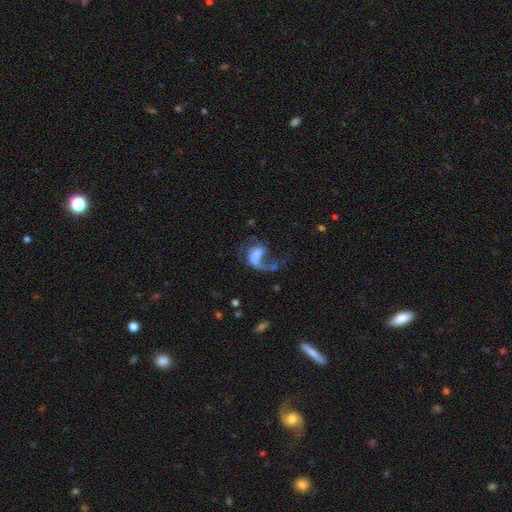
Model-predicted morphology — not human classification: type=featured or disk (66%); edge-on=no (97%); bar=no (48%); spiral arms=yes (82%); winding=loose (72%); arm count=1 (79%); bulge=none (41%); merging=major disturbance (53%).